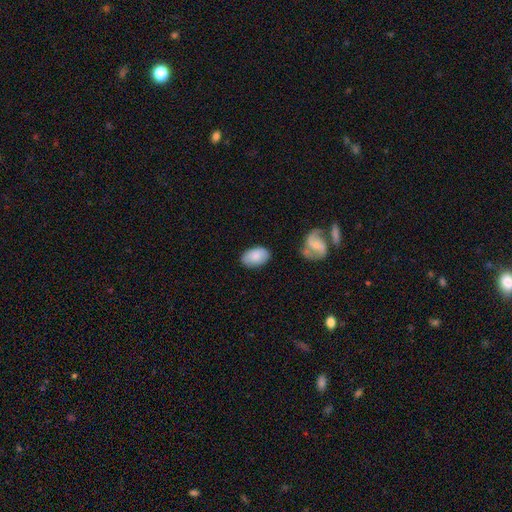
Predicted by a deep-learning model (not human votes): Smooth or featured?
  - smooth: 79% *
  - featured or disk: 15%
  - star or artifact: 6%
How rounded?
  - in between: 90% *
  - round: 8%
  - cigar-shaped: 1%
Merging?
  - none: 73% *
  - minor disturbance: 19%
  - merger: 4%
  - major disturbance: 4%